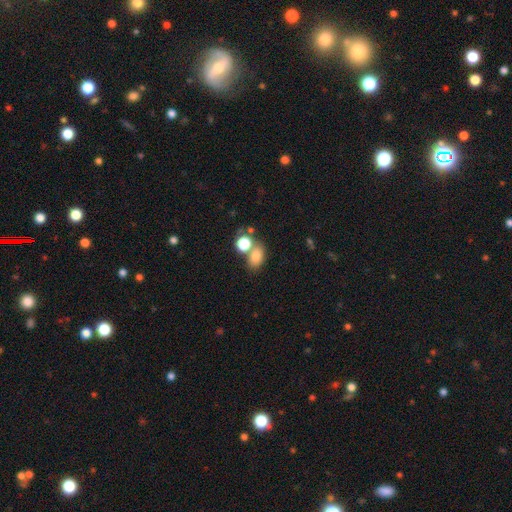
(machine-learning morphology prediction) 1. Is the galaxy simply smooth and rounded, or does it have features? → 79% smooth, 13% star or artifact, 9% featured or disk.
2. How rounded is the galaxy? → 71% in between, 27% round, 2% cigar-shaped.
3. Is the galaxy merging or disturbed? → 52% none, 32% merger, 11% minor disturbance, 5% major disturbance.